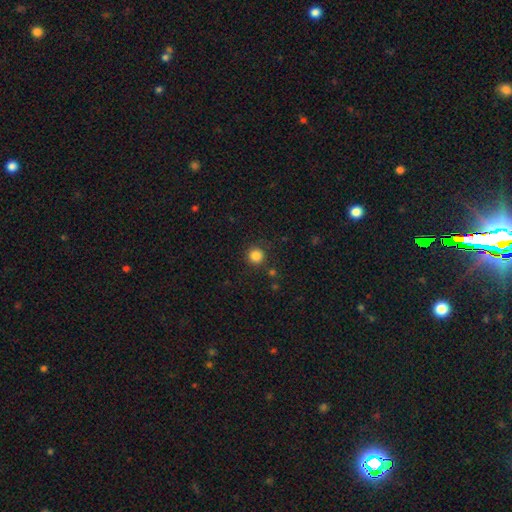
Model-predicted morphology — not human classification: This appears to be a smooth galaxy with no disk features (85%) that is round (94%). Merging: none (87%).